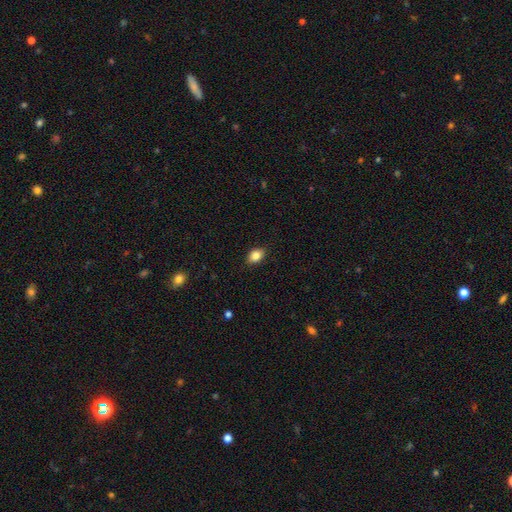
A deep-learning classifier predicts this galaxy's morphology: Overall: smooth (85%). How rounded: in between (73%). Merging: none (87%).